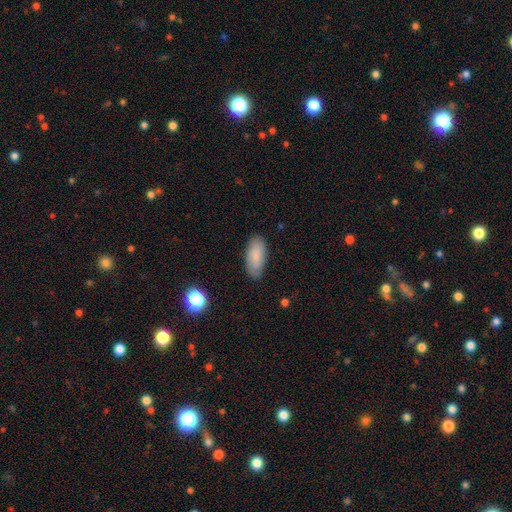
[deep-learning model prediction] Overall: smooth (84%). How rounded: in between (85%). Merging: none (83%).